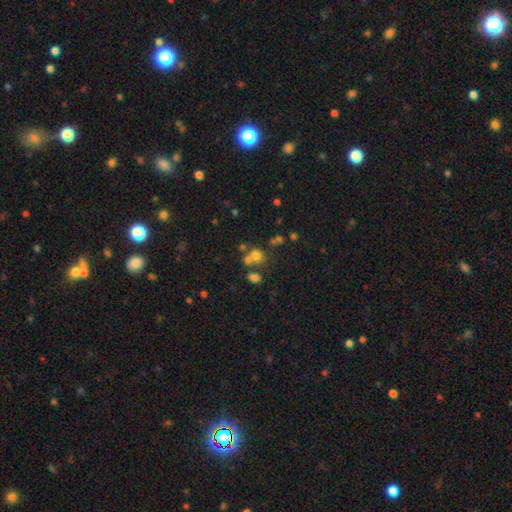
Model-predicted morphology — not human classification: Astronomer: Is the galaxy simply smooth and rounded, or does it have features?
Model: smooth — 64%.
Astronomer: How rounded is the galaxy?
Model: round — 71%.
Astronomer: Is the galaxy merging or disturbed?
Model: none — 47% (runner-up: merger, 37%).